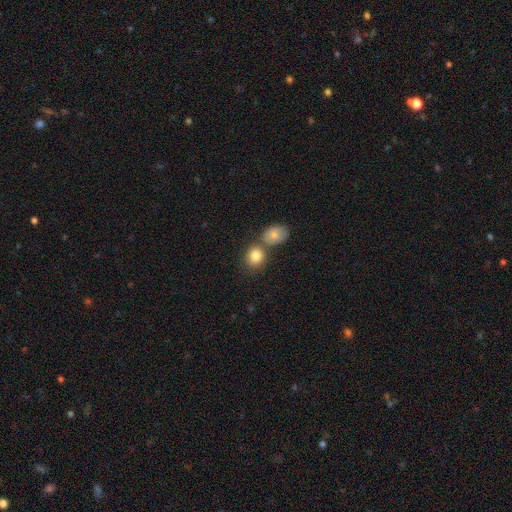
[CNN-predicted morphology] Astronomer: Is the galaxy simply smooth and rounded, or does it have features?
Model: smooth — 82%.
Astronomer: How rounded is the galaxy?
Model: round — 64%.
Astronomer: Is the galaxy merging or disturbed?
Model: none — 49% (runner-up: merger, 38%).